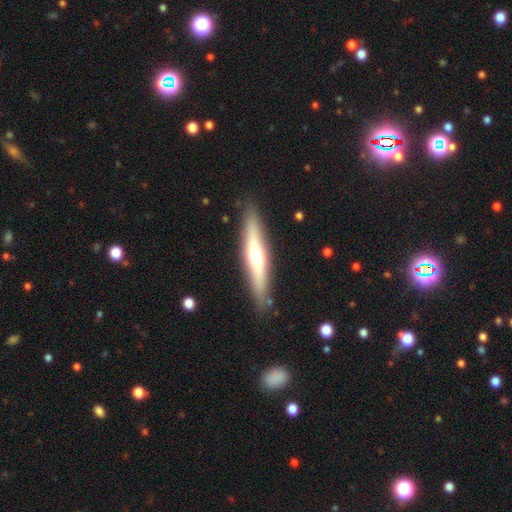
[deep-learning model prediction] This appears to be a featured or disk galaxy (56%) viewed edge-on (89%). Merging: none (88%).